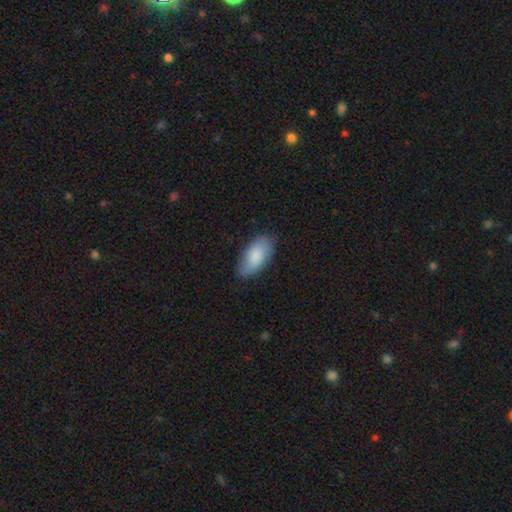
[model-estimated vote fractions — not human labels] smooth_or_featured: smooth (p=0.83) [alt: featured or disk p=0.12]
how_rounded: in between (p=0.93) [alt: cigar-shaped p=0.05]
merging: none (p=0.81) [alt: minor disturbance p=0.15]